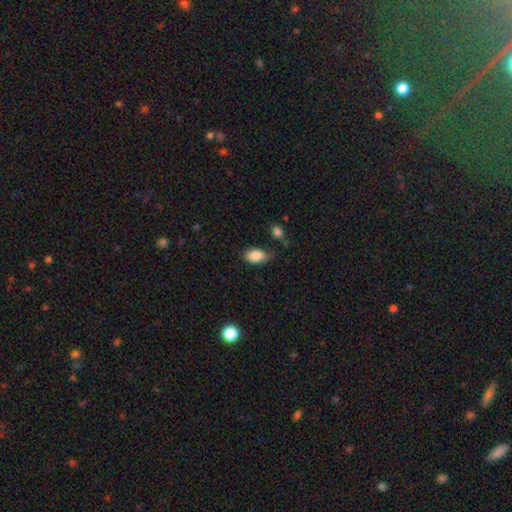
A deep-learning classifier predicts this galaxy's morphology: This is clearly a smooth galaxy (86%). How rounded: clearly in between (92%). Merging: likely none (68%).